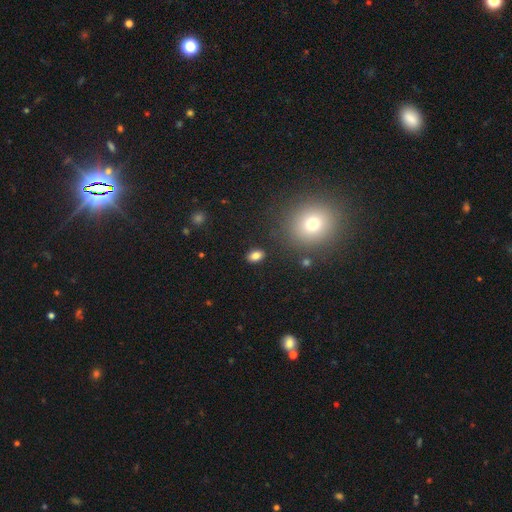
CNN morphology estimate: Overall: smooth (81%). How rounded: in between (81%). Merging: none (87%).